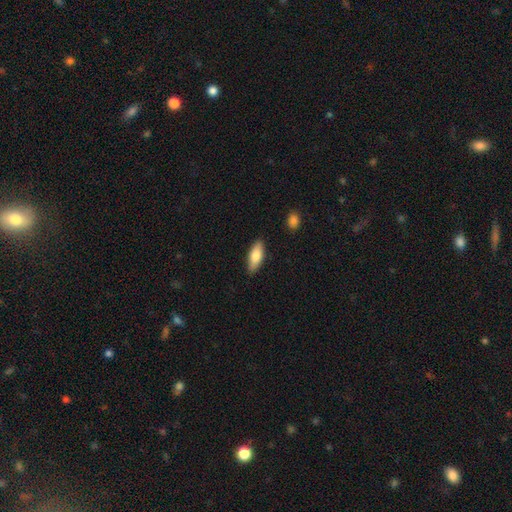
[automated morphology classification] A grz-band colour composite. It shows a smooth galaxy with no disk features (78%) that is in between round and cigar-shaped (73%). Merging: none (87%).